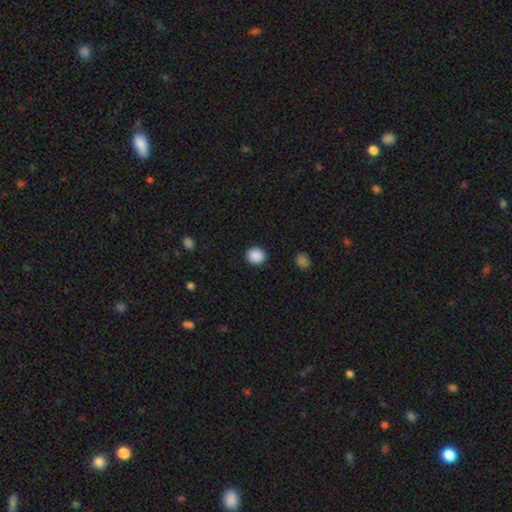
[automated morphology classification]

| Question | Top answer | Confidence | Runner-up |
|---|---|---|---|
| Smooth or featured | smooth | 89% | star or artifact (8%) |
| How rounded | round | 79% | in between (20%) |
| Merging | none | 91% | minor disturbance (6%) |